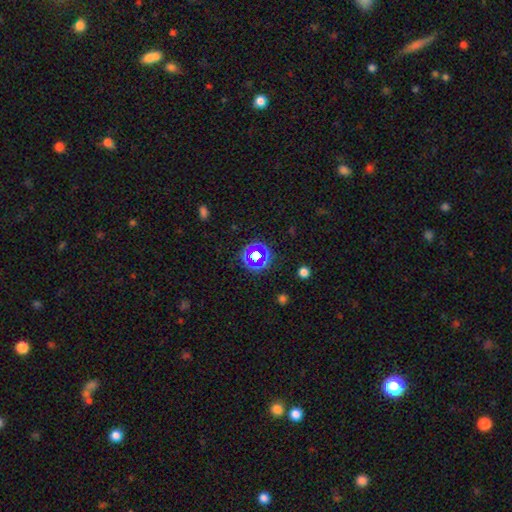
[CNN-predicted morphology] A star or artifact, not a galaxy (54%).

Vote fractions:
- Smooth or featured? star or artifact: 54% / smooth: 33% / featured or disk: 14%